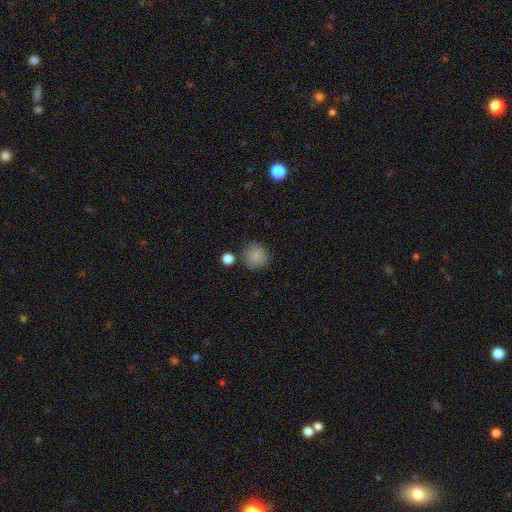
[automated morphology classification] Smooth or featured? Predicted: smooth (p=0.84). How rounded? Predicted: round (p=0.88). Merging? Predicted: none (p=0.75).